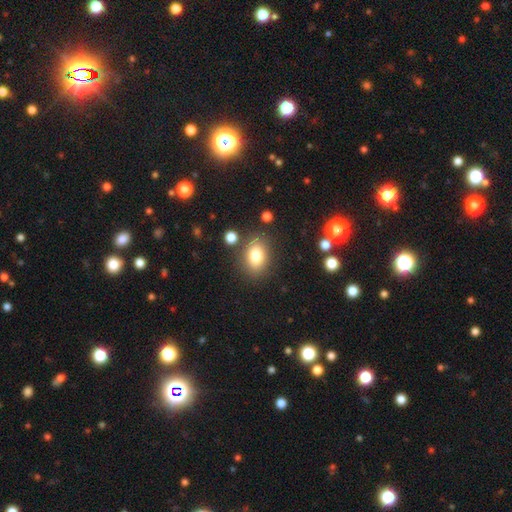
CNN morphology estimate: The model was most divided on "how rounded": in between: 76%, round: 23%, cigar-shaped: 1%. More confident: merging — none (79%); smooth or featured — smooth (79%).